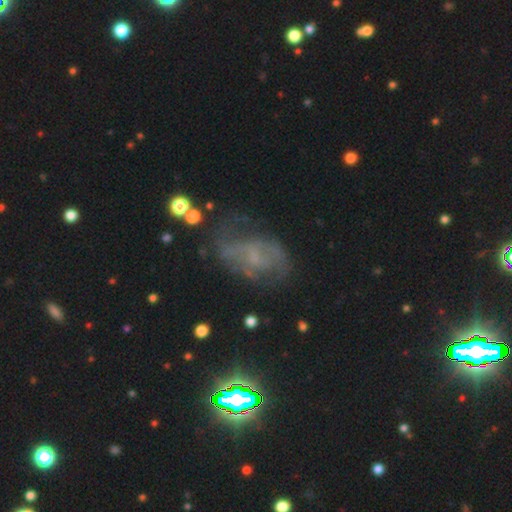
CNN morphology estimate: Q: Smooth or featured?
A: featured or disk (55%); runner-up: smooth (25%)
Q: Edge-on disk?
A: no (96%); runner-up: yes (4%)
Q: Bar?
A: no (67%); runner-up: weak (27%)
Q: Spiral arms?
A: yes (53%); runner-up: no (47%)
Q: Bulge size?
A: none (46%); runner-up: small (37%)
Q: Merging?
A: none (45%); runner-up: major disturbance (28%)